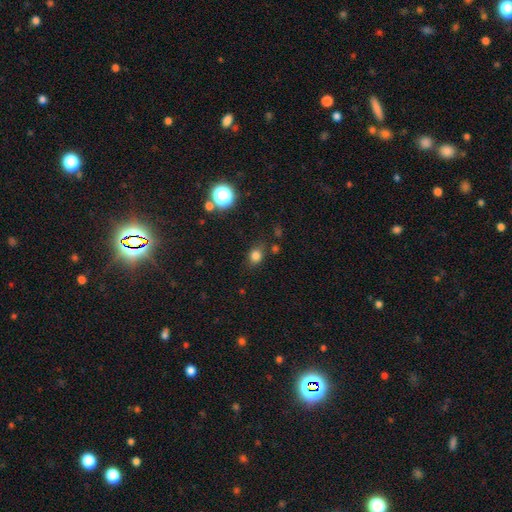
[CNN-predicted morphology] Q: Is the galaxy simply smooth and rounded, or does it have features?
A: smooth — 78%.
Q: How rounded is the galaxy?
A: round — 58%.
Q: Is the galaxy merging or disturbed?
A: none — 74%.